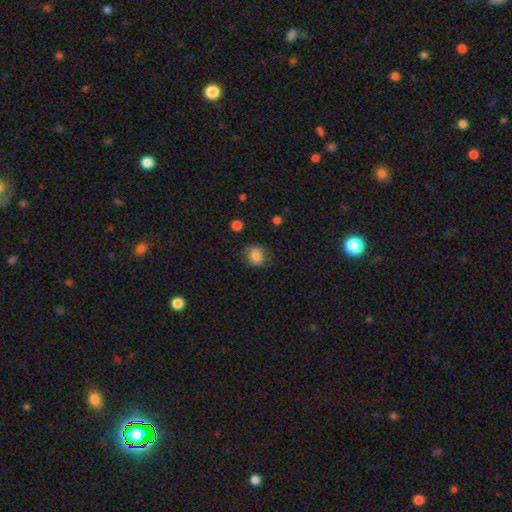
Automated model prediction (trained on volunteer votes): A smooth galaxy with no disk features (83%) that is round (71%). Merging: none (74%).